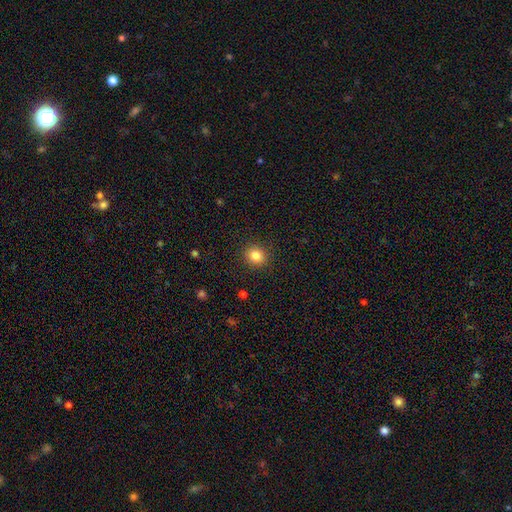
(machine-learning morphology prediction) This is clearly a smooth galaxy (83%). How rounded: clearly round (82%). Merging: clearly none (90%).